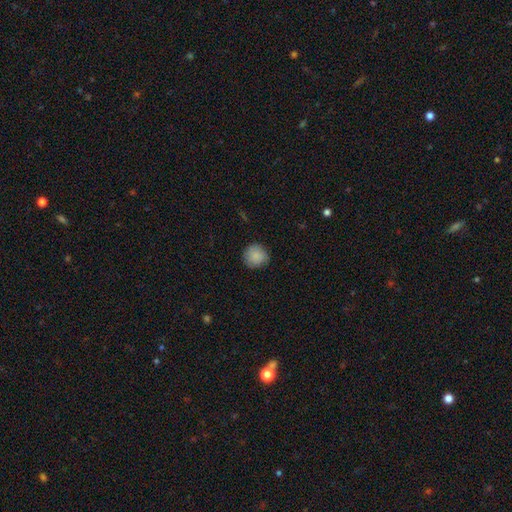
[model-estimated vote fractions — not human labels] Smooth or featured?
  - smooth: 87% *
  - star or artifact: 7%
  - featured or disk: 6%
How rounded?
  - round: 92% *
  - in between: 7%
  - cigar-shaped: 1%
Merging?
  - none: 85% *
  - minor disturbance: 12%
  - major disturbance: 2%
  - merger: 1%